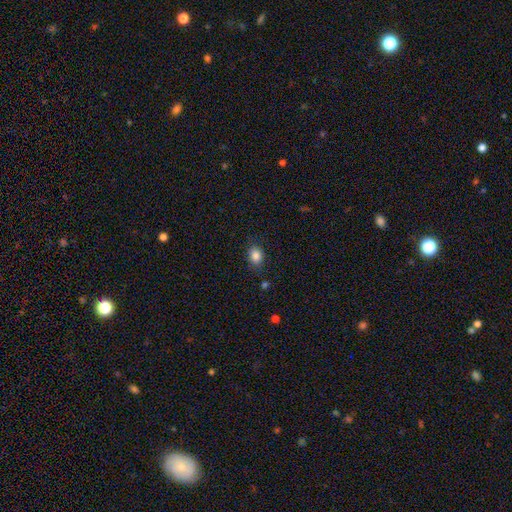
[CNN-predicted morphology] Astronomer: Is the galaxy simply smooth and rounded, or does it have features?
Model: smooth — 85%.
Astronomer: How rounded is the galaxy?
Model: in between — 63%.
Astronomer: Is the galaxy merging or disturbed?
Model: none — 84%.